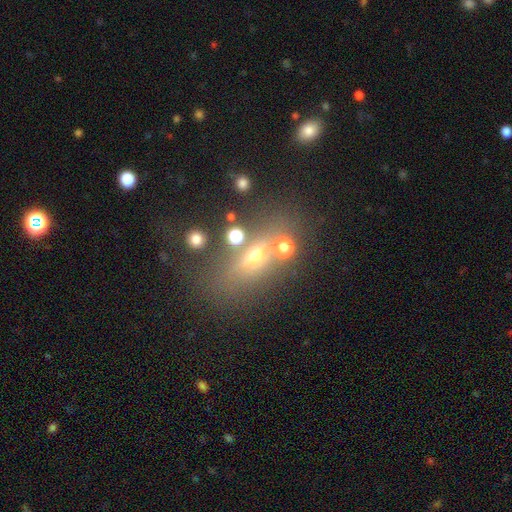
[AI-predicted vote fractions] Morphology: type=smooth (44%); merging=none (62%).